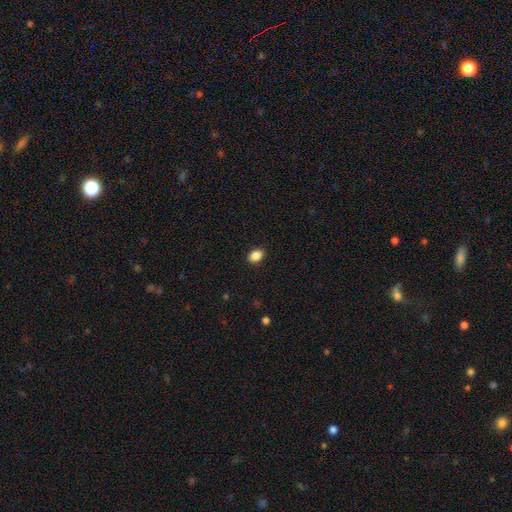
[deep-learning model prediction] Q: Smooth or featured?
A: smooth (88%); runner-up: star or artifact (9%)
Q: How rounded?
A: in between (70%); runner-up: round (29%)
Q: Merging?
A: none (90%); runner-up: minor disturbance (8%)